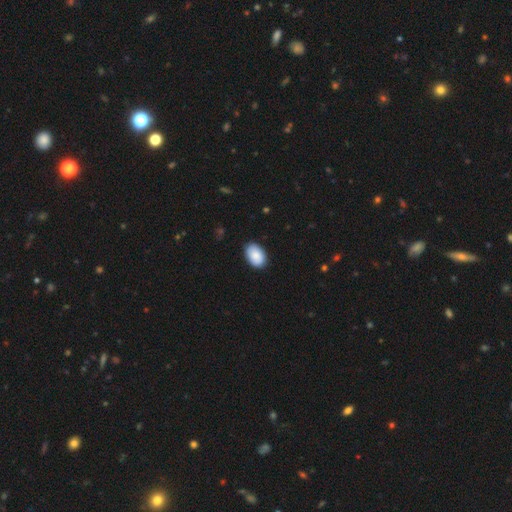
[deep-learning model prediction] Smooth or featured? smooth (87%)
How rounded? in between (89%)
Merging? none (85%)